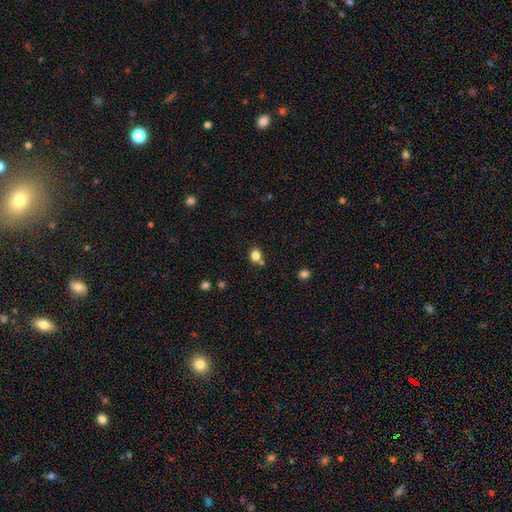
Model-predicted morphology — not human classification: Smooth or featured?
  - smooth: 81% *
  - star or artifact: 13%
  - featured or disk: 6%
How rounded?
  - round: 73% *
  - in between: 26%
  - cigar-shaped: 1%
Merging?
  - none: 69% *
  - merger: 17%
  - minor disturbance: 11%
  - major disturbance: 3%